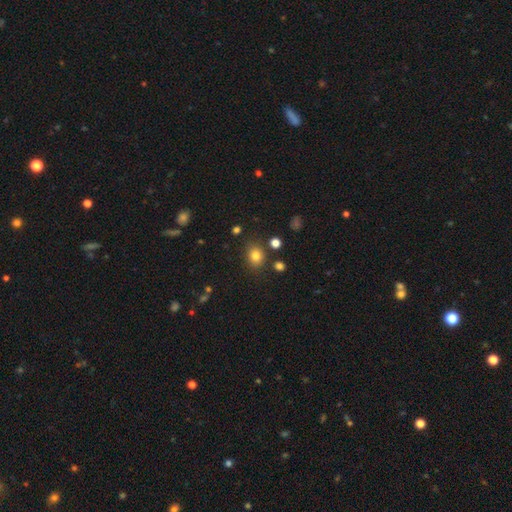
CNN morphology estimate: Overall: smooth (79%). How rounded: round (54%; in between 45%). Merging: none (81%).